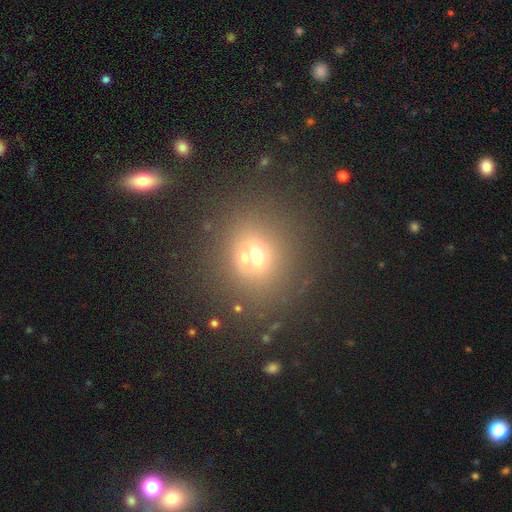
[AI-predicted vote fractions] smooth-or-featured: smooth: 61% | star or artifact: 22% | featured or disk: 18%
  how-rounded: round: 77% | in between: 22% | cigar-shaped: 1%
  merging: none: 56% | merger: 29% | minor disturbance: 10% | major disturbance: 5%